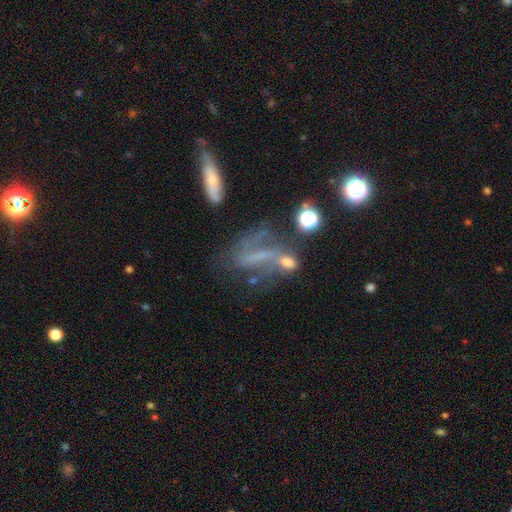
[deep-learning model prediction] Smooth or featured? featured or disk (55%)
Edge-on disk? no (84%)
Merging? major disturbance (31%)